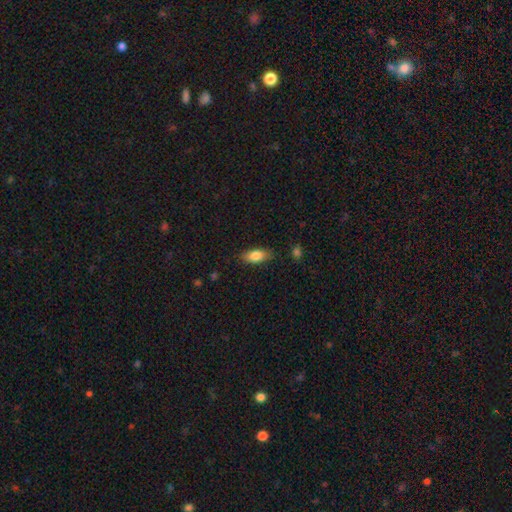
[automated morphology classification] smooth-or-featured: smooth: 82% | featured or disk: 11% | star or artifact: 7%
  how-rounded: in between: 83% | cigar-shaped: 14% | round: 3%
  merging: none: 83% | minor disturbance: 13% | major disturbance: 3% | merger: 1%